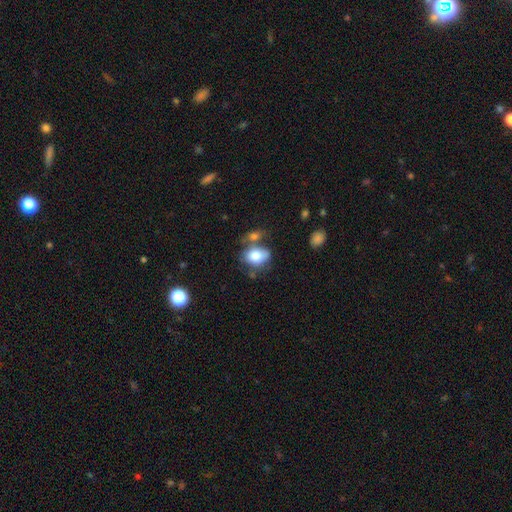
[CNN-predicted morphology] smooth-or-featured: smooth: 77% | featured or disk: 15% | star or artifact: 8%
  how-rounded: in between: 68% | round: 31% | cigar-shaped: 1%
  merging: none: 43% | merger: 27% | minor disturbance: 20% | major disturbance: 10%